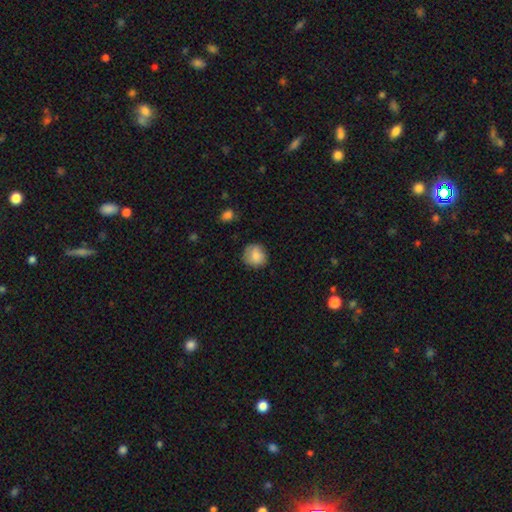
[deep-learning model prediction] Smooth or featured? Predicted: smooth (p=0.81). How rounded? Predicted: round (p=0.86). Merging? Predicted: none (p=0.78).